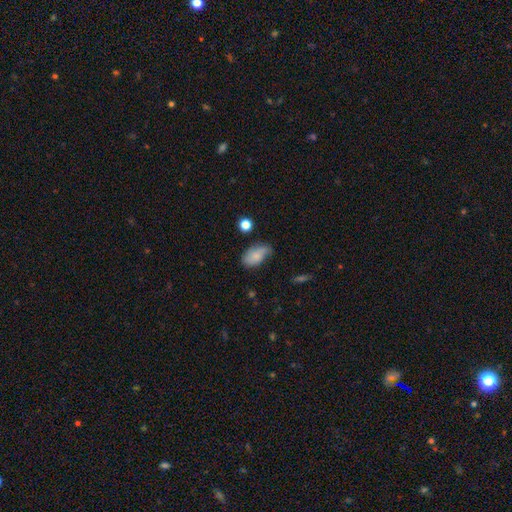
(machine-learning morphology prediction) Q: Smooth or featured?
A: smooth (76%); runner-up: featured or disk (16%)
Q: How rounded?
A: in between (92%); runner-up: round (6%)
Q: Merging?
A: none (50%); runner-up: minor disturbance (37%)